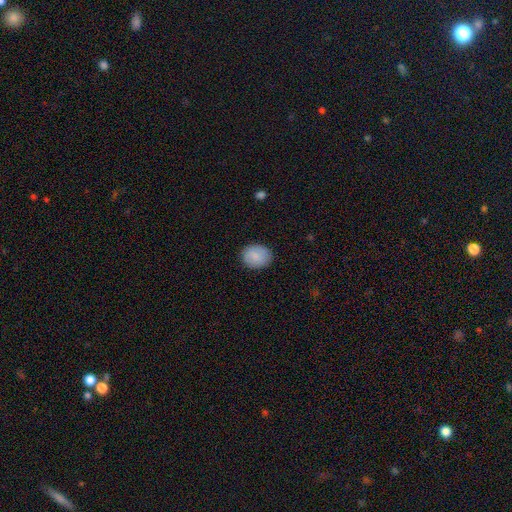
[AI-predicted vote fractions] A smooth galaxy with no disk features (84%) that is in between round and cigar-shaped (52%).

Vote fractions:
- Smooth or featured? smooth: 84% / featured or disk: 9% / star or artifact: 7%
- How rounded? in between: 52% / round: 47% / cigar-shaped: 1%
- Merging? none: 86% / minor disturbance: 11% / major disturbance: 3% / merger: 1%